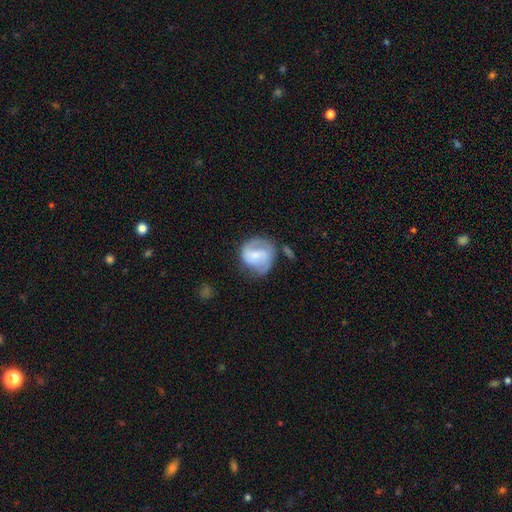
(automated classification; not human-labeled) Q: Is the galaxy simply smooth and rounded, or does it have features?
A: featured or disk — 61%.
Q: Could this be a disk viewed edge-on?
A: no — 98%.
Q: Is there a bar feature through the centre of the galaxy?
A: weak — 49%.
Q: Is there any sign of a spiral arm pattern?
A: yes — 83%.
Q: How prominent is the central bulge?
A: small — 47%.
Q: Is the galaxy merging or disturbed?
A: none — 54%.